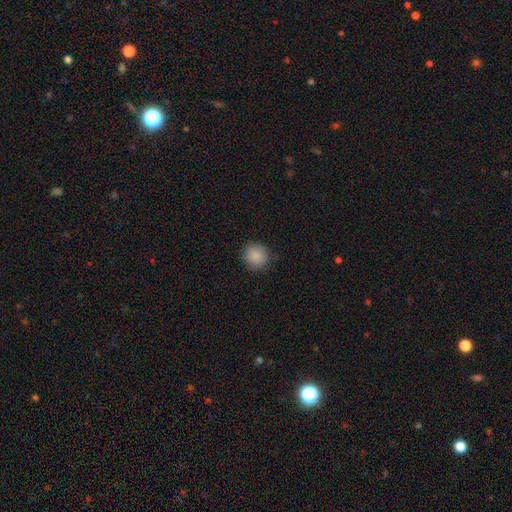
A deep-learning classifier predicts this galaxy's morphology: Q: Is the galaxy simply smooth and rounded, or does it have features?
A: smooth — 88%.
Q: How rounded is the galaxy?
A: round — 89%.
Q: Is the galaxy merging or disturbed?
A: none — 89%.